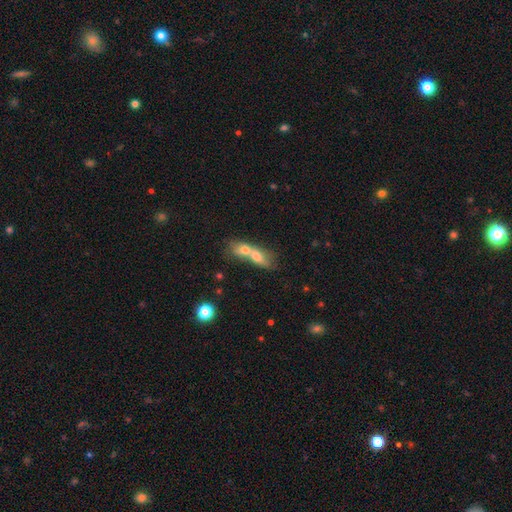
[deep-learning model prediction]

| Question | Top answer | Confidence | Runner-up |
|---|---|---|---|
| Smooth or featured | smooth | 58% | featured or disk (29%) |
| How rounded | in between | 52% | round (25%) |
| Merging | merger | 72% | none (18%) |